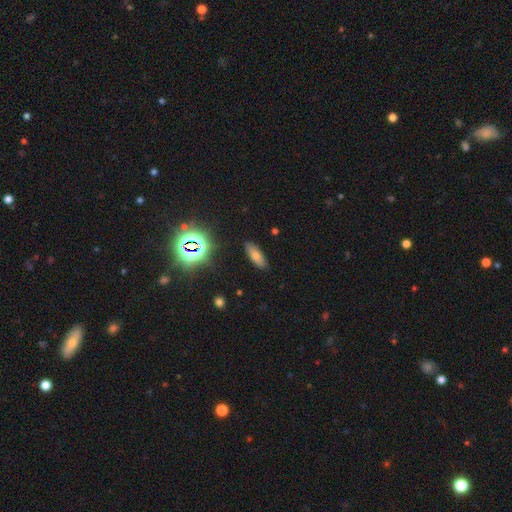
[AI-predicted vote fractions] A smooth galaxy with no disk features (56%) that is in between round and cigar-shaped (63%).

Vote fractions:
- Smooth or featured? smooth: 56% / star or artifact: 26% / featured or disk: 17%
- How rounded? in between: 63% / cigar-shaped: 31% / round: 6%
- Merging? none: 88% / minor disturbance: 8% / major disturbance: 2% / merger: 1%